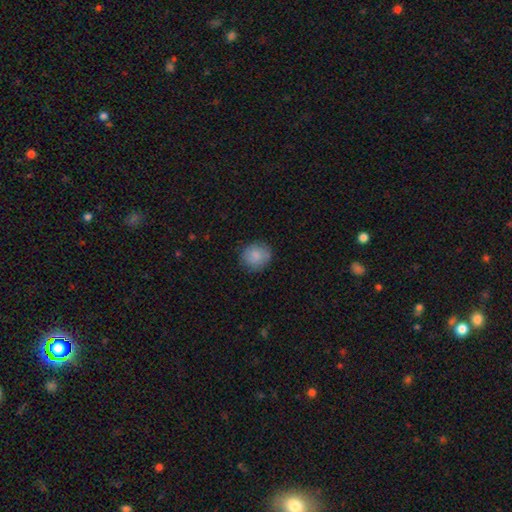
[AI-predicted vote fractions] A smooth galaxy with no disk features (83%) that is round (79%).

Vote fractions:
- Smooth or featured? smooth: 83% / featured or disk: 10% / star or artifact: 7%
- How rounded? round: 79% / in between: 20% / cigar-shaped: 1%
- Merging? none: 82% / minor disturbance: 14% / major disturbance: 3% / merger: 1%